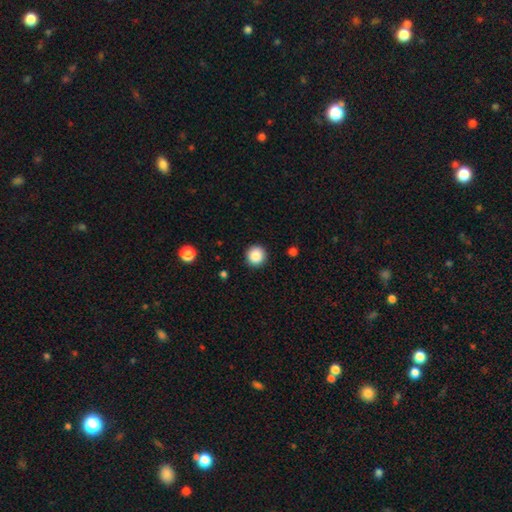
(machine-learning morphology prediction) Smooth or featured?
  - smooth: 88% *
  - star or artifact: 9%
  - featured or disk: 3%
How rounded?
  - round: 95% *
  - in between: 4%
  - cigar-shaped: 1%
Merging?
  - none: 92% *
  - minor disturbance: 5%
  - major disturbance: 2%
  - merger: 1%